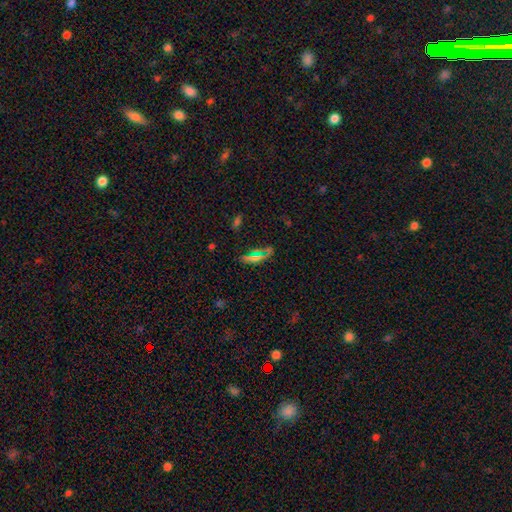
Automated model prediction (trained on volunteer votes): Morphology: type=smooth (54%); roundness=in between (58%); merging=none (73%).